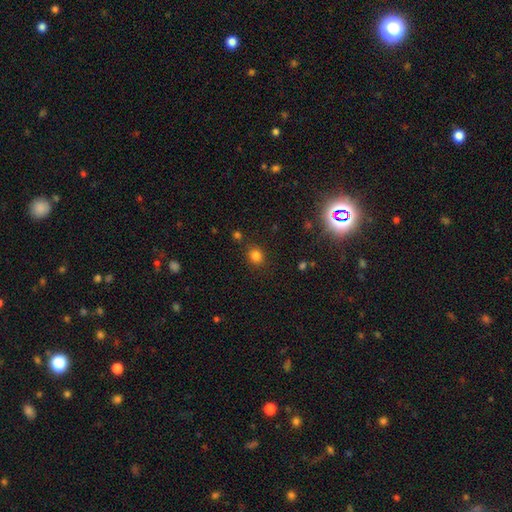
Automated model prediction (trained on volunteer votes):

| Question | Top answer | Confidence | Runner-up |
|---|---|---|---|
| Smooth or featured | smooth | 80% | star or artifact (15%) |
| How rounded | round | 75% | in between (24%) |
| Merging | none | 84% | minor disturbance (9%) |